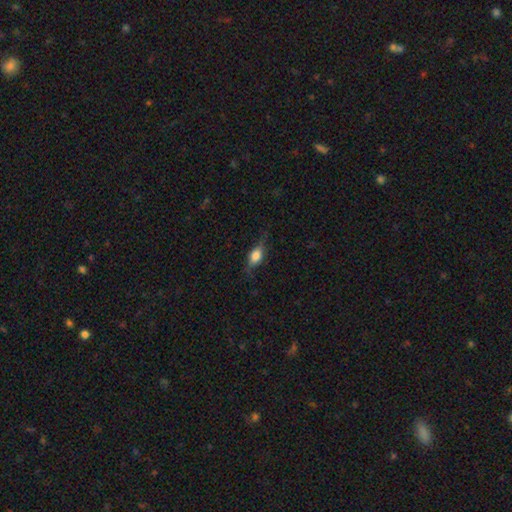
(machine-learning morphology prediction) A smooth galaxy with no disk features (61%) that is in between round and cigar-shaped (74%). Merging: none (67%).